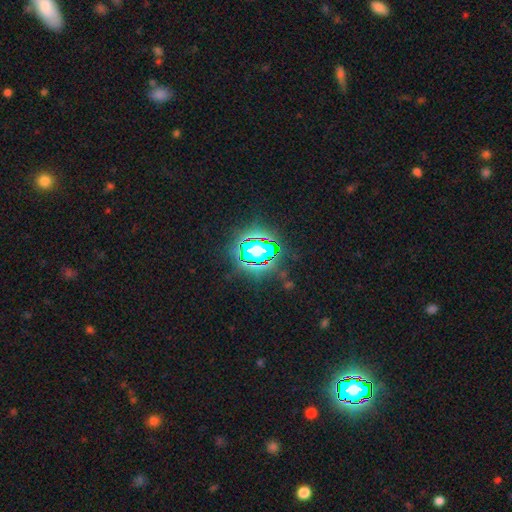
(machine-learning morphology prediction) Smooth or featured: star or artifact — 81% (smooth — 11%)